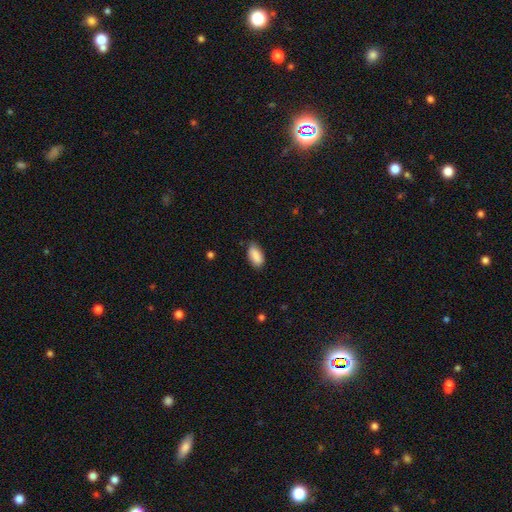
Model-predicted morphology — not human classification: This appears to be a smooth galaxy with no disk features (88%) that is in between round and cigar-shaped (90%). Merging: none (78%).